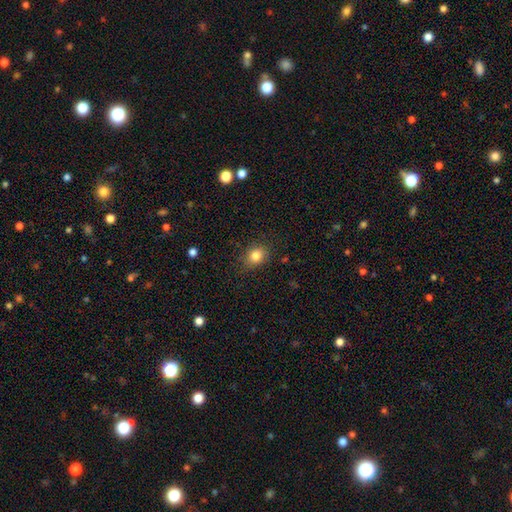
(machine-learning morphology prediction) Smooth or featured? smooth (83%)
How rounded? round (51%)
Merging? none (84%)